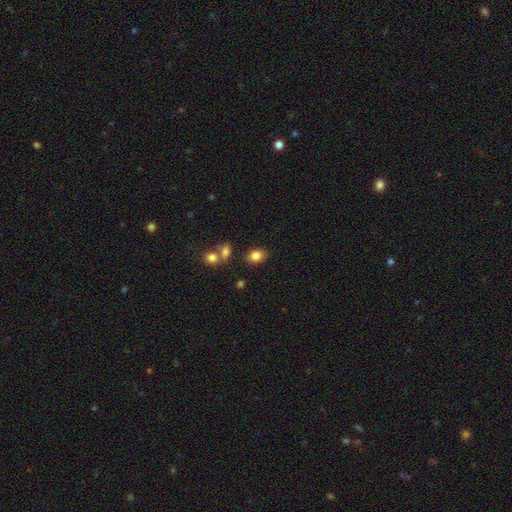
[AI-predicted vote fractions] A smooth galaxy with no disk features (83%) that is in between round and cigar-shaped (71%). Merging: none (78%).